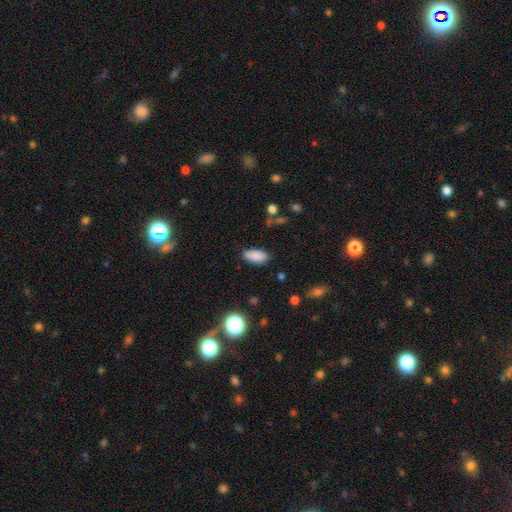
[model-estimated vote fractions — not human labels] This is clearly a smooth galaxy (86%). How rounded: clearly in between (90%). Merging: clearly none (86%).